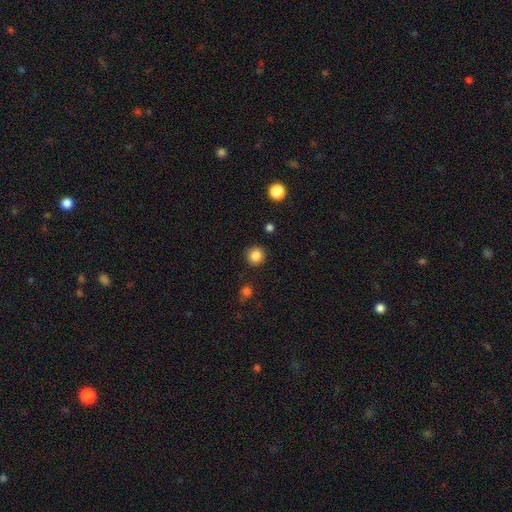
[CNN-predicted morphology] A smooth galaxy with no disk features (85%) that is round (94%). Merging: none (91%).